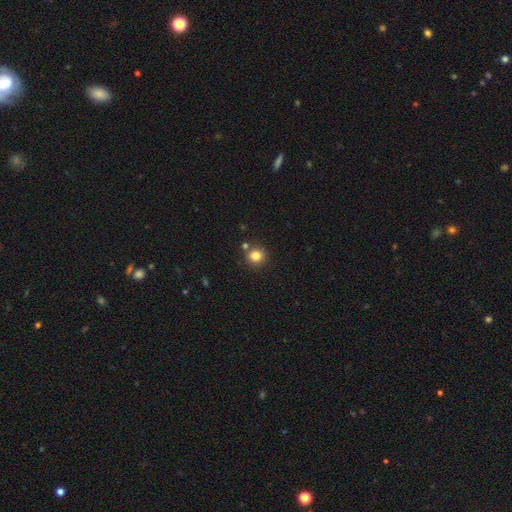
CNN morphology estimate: A smooth galaxy with no disk features (82%) that is round (92%). Merging: none (82%).